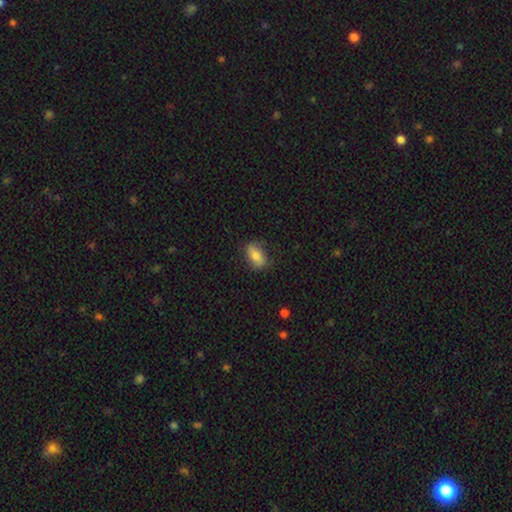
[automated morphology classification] smooth_or_featured: smooth (p=0.72) [alt: featured or disk p=0.20]
how_rounded: in between (p=0.86) [alt: round p=0.10]
merging: none (p=0.75) [alt: minor disturbance p=0.19]